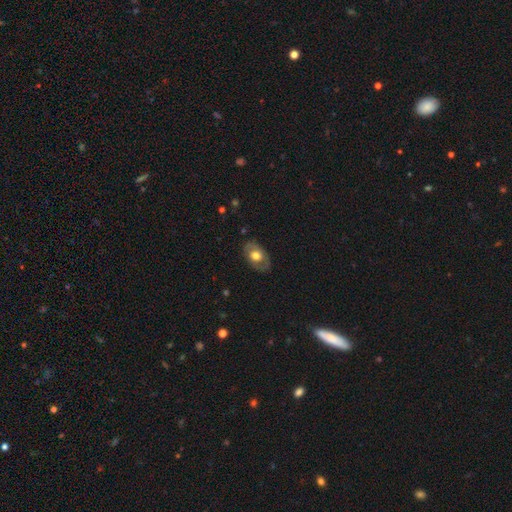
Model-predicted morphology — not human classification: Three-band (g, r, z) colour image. It shows a smooth galaxy with no disk features (47%). Merging: none (78%).